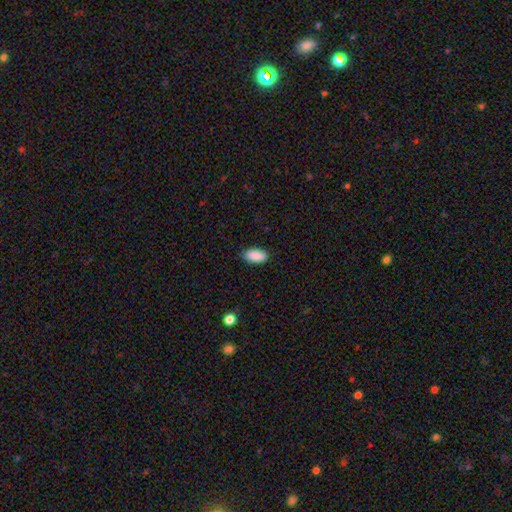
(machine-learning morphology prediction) The model was most divided on "merging": none: 87%, minor disturbance: 10%, major disturbance: 2%, merger: 1%. More confident: how rounded — in between (93%); smooth or featured — smooth (90%).